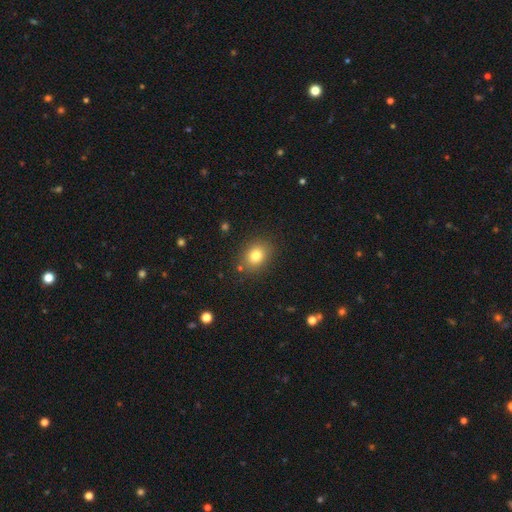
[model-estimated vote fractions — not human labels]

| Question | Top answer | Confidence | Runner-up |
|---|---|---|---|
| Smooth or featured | smooth | 81% | star or artifact (11%) |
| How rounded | round | 50% | in between (49%) |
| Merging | none | 84% | minor disturbance (10%) |